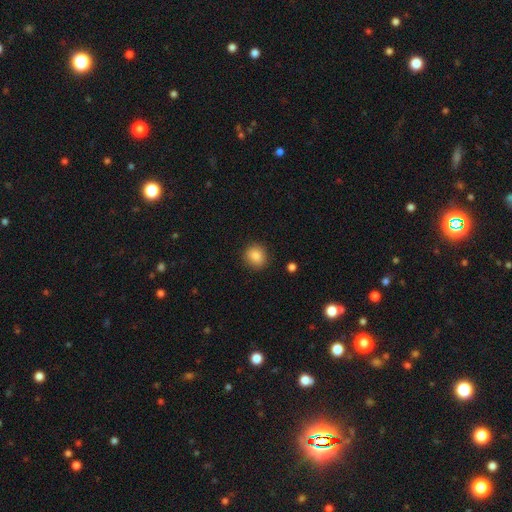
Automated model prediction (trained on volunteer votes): Morphology: type=smooth (87%); roundness=round (74%); merging=none (88%).